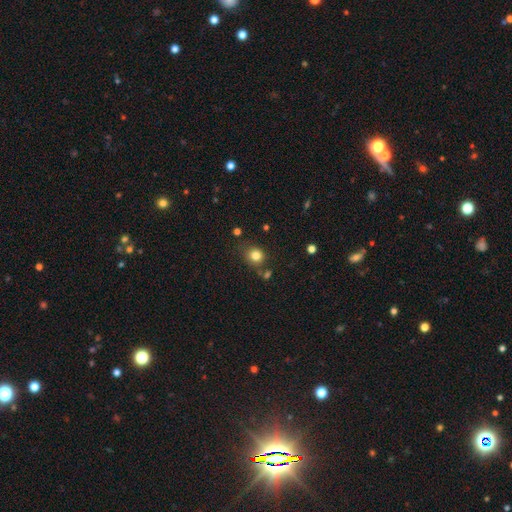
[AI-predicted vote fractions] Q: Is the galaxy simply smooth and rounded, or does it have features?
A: smooth — 81%.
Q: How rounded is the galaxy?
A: round — 79%.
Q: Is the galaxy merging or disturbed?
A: none — 73%.